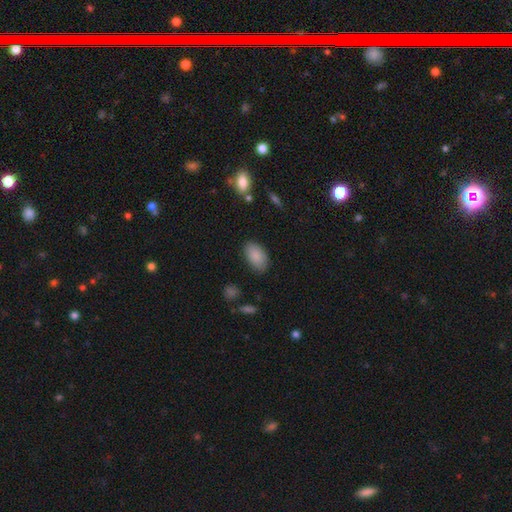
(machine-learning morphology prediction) Smooth or featured: smooth — 87% (star or artifact — 7%)
How rounded: in between — 94% (round — 5%)
Merging: none — 83% (minor disturbance — 13%)